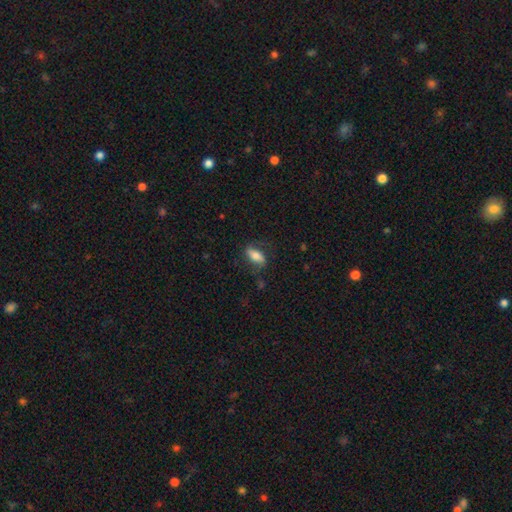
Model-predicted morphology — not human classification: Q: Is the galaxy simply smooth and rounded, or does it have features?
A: smooth — 60%.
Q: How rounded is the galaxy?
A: in between — 74%.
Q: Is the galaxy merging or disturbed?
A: none — 66%.